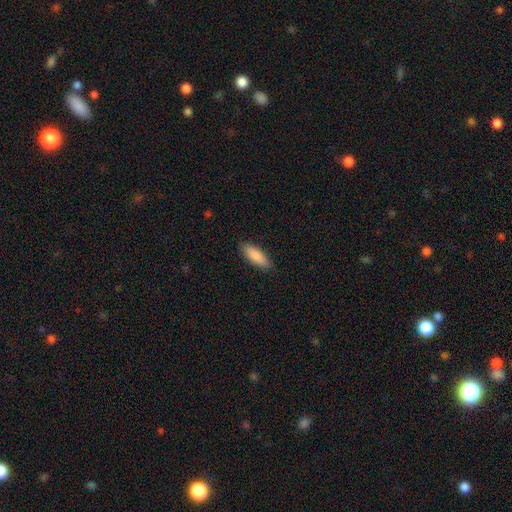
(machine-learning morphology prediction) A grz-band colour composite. It shows a smooth galaxy with no disk features (87%) that is in between round and cigar-shaped (60%). Merging: none (87%).